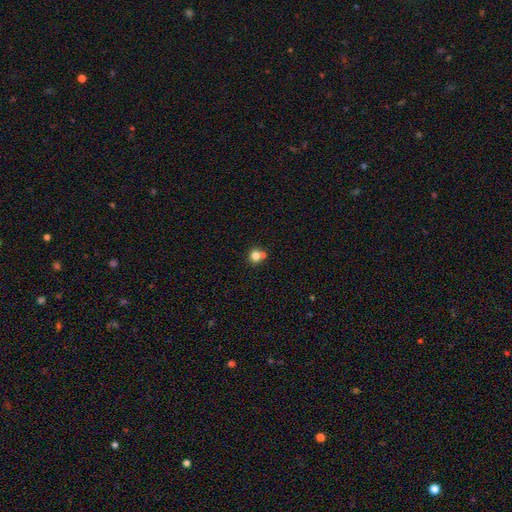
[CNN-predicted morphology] Smooth or featured? smooth (78%)
How rounded? round (83%)
Merging? none (53%)